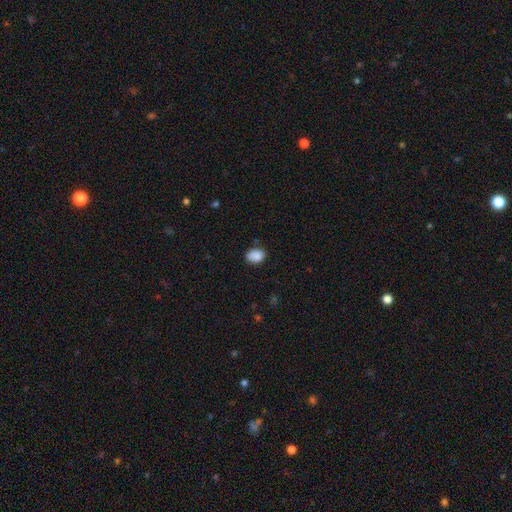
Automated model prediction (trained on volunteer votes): Q: Smooth or featured?
A: smooth (88%); runner-up: star or artifact (8%)
Q: How rounded?
A: in between (71%); runner-up: round (28%)
Q: Merging?
A: none (77%); runner-up: minor disturbance (18%)